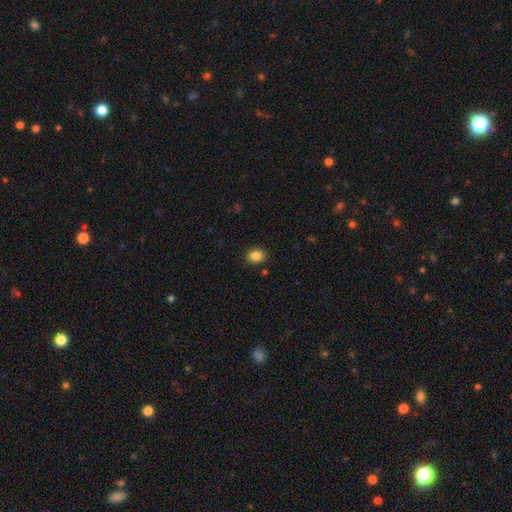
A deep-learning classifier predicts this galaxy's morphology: smooth 86%, star or artifact 10%, featured or disk 5%. Down the decision tree: how rounded — in between (58%); merging — none (88%).